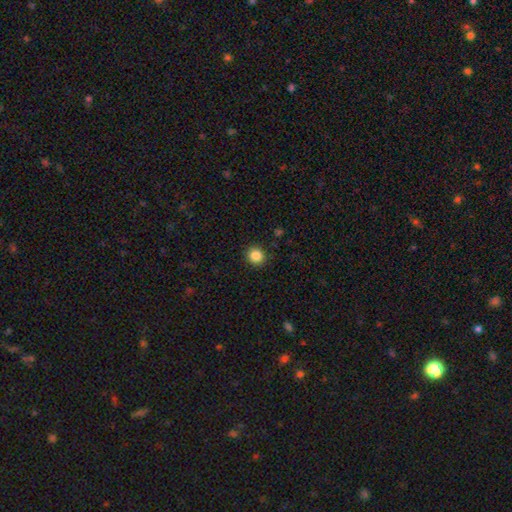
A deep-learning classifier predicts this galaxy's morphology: Q: Smooth or featured?
A: smooth (86%); runner-up: star or artifact (11%)
Q: How rounded?
A: round (90%); runner-up: in between (9%)
Q: Merging?
A: none (91%); runner-up: minor disturbance (6%)